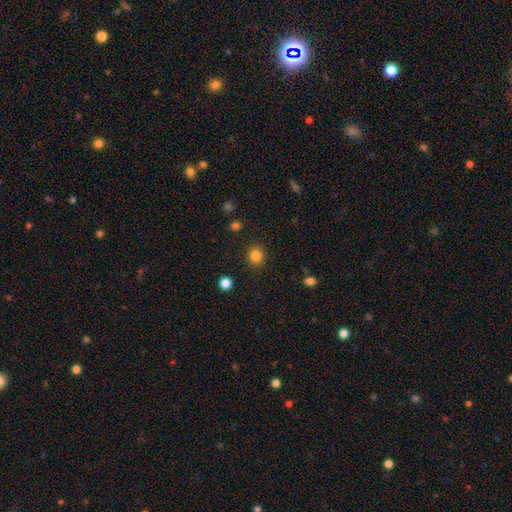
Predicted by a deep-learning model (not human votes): This is clearly a smooth galaxy (84%). How rounded: clearly round (87%). Merging: clearly none (90%).